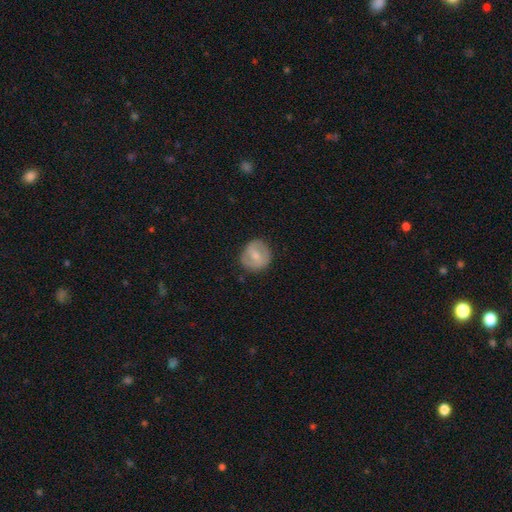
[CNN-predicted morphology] Overall: smooth (56%; featured or disk 37%). How rounded: round (87%). Merging: none (83%).